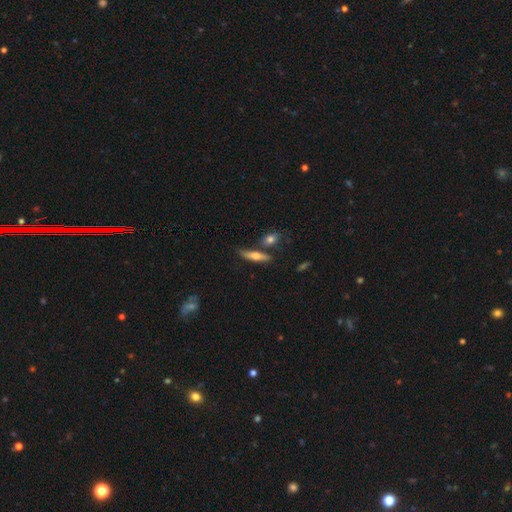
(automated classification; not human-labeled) Smooth or featured?
  - smooth: 55% *
  - featured or disk: 38%
  - star or artifact: 7%
How rounded?
  - cigar-shaped: 74% *
  - in between: 23%
  - round: 3%
Merging?
  - none: 71% *
  - minor disturbance: 13%
  - merger: 13%
  - major disturbance: 3%